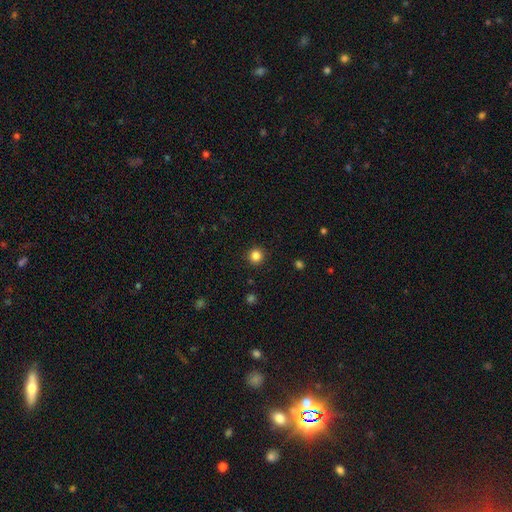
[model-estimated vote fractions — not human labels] Q: Smooth or featured?
A: smooth (84%); runner-up: star or artifact (12%)
Q: How rounded?
A: round (95%); runner-up: in between (4%)
Q: Merging?
A: none (93%); runner-up: minor disturbance (5%)